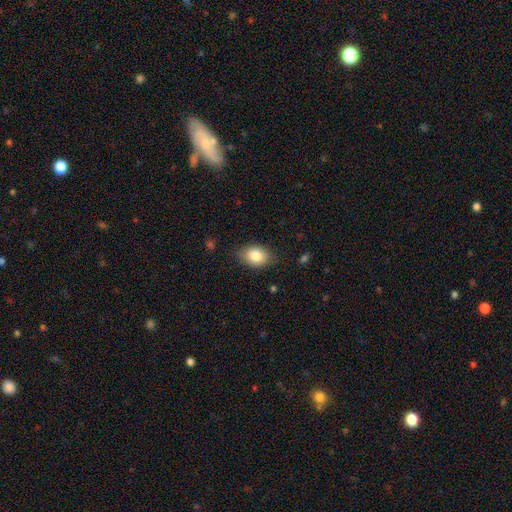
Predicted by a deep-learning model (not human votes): Smooth or featured? smooth (84%)
How rounded? in between (81%)
Merging? none (81%)